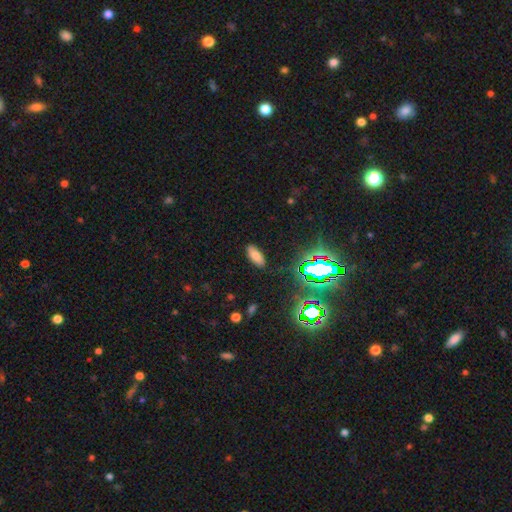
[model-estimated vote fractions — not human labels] Overall: smooth (72%). How rounded: in between (87%). Merging: none (87%).